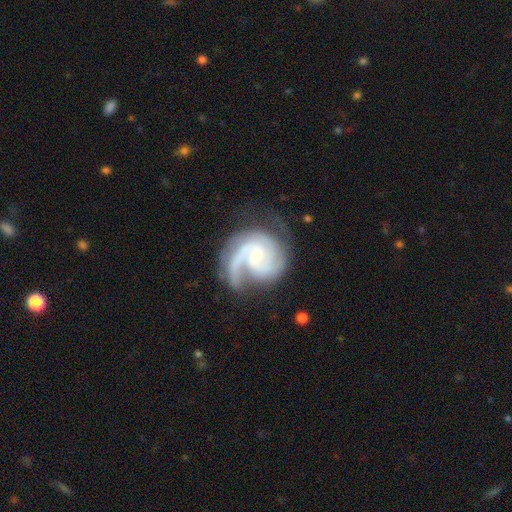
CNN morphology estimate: A featured or disk galaxy (89%) with no bar (47%), 2 (44%) medium (47%) spiral arms (98%) and a small central bulge (64%). Merging: none (58%).